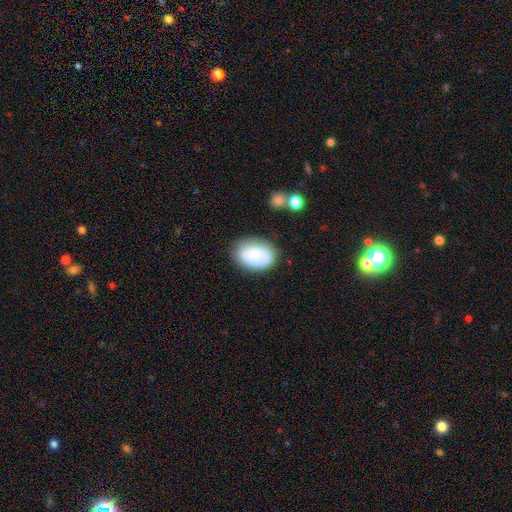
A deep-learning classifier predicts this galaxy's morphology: smooth 62%, featured or disk 31%, star or artifact 8%. Down the decision tree: how rounded — in between (81%); merging — none (63%).